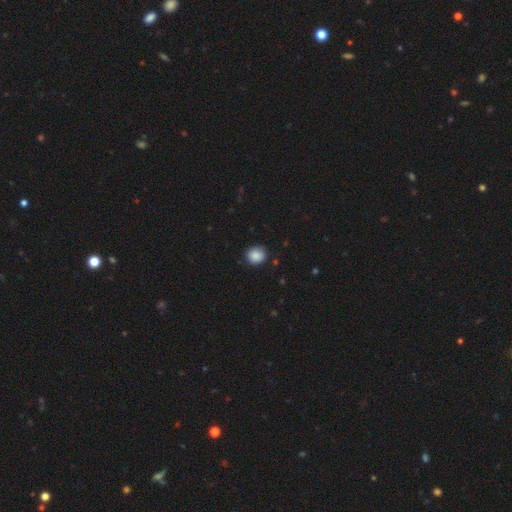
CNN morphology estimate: Q: Smooth or featured?
A: smooth (88%); runner-up: star or artifact (9%)
Q: How rounded?
A: round (81%); runner-up: in between (18%)
Q: Merging?
A: none (84%); runner-up: minor disturbance (13%)